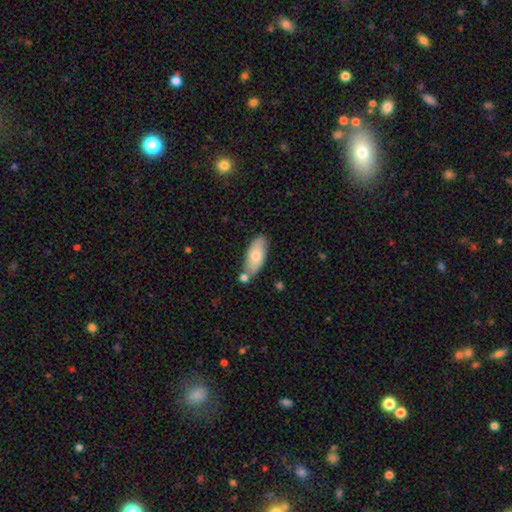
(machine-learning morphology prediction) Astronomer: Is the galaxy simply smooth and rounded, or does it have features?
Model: smooth — 73%.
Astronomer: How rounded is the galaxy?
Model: in between — 83%.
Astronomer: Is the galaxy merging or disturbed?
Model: none — 73%.